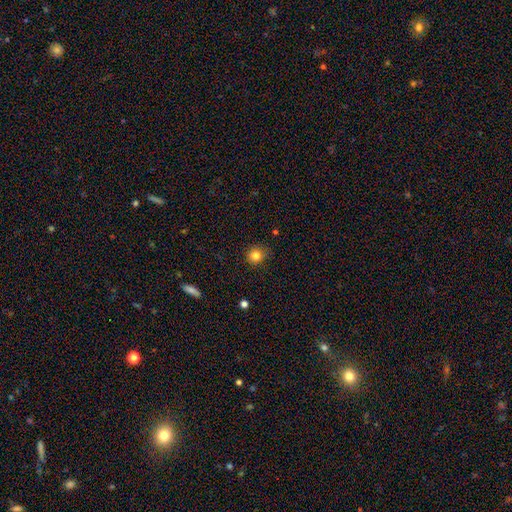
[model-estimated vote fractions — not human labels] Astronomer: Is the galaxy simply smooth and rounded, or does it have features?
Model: smooth — 81%.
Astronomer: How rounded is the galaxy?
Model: round — 85%.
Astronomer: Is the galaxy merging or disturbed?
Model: none — 82%.